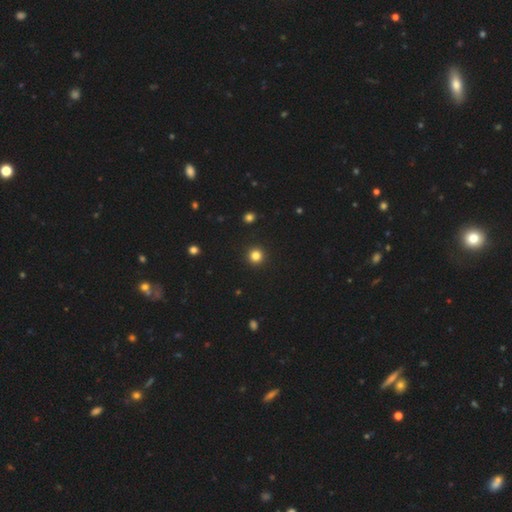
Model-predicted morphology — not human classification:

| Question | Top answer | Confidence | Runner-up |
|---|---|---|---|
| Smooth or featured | smooth | 83% | star or artifact (13%) |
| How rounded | round | 95% | in between (4%) |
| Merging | none | 93% | minor disturbance (4%) |